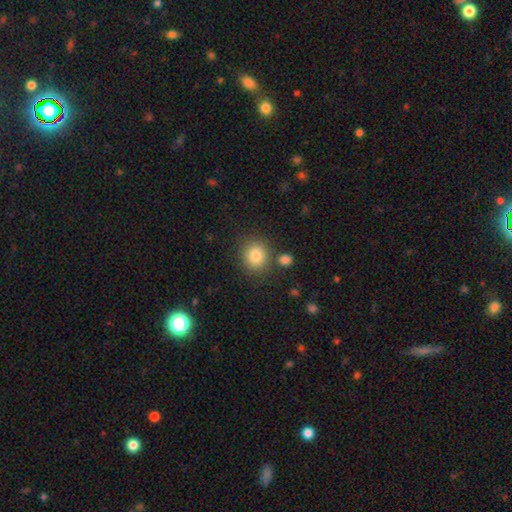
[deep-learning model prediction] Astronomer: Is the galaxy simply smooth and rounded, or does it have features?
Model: smooth — 84%.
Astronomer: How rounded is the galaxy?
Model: round — 79%.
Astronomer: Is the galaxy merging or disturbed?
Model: none — 78%.